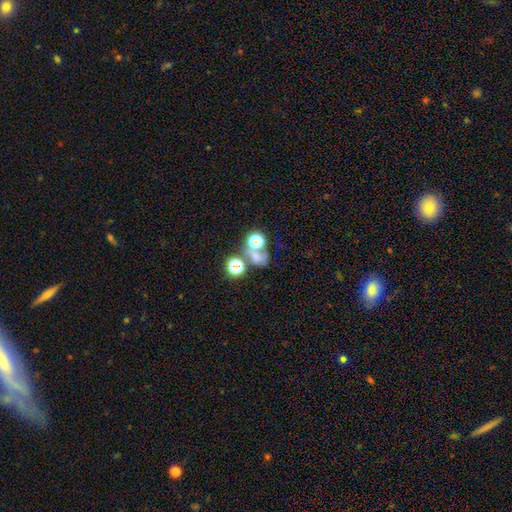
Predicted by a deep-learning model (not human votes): Morphology: type=smooth (46%); merging=merger (40%, tied with none).